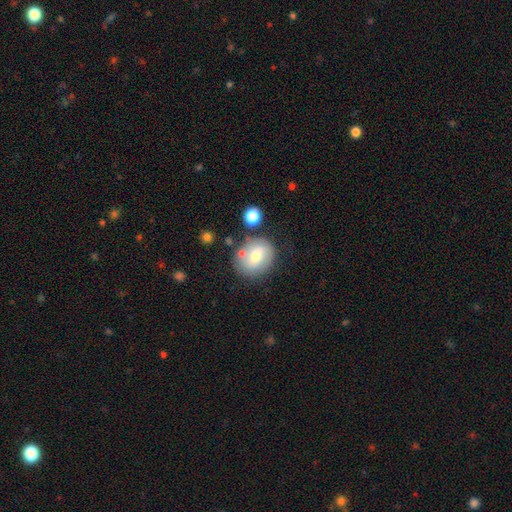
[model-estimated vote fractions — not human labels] Smooth or featured: smooth — 64% (featured or disk — 27%)
How rounded: round — 70% (in between — 29%)
Merging: none — 68% (minor disturbance — 16%)